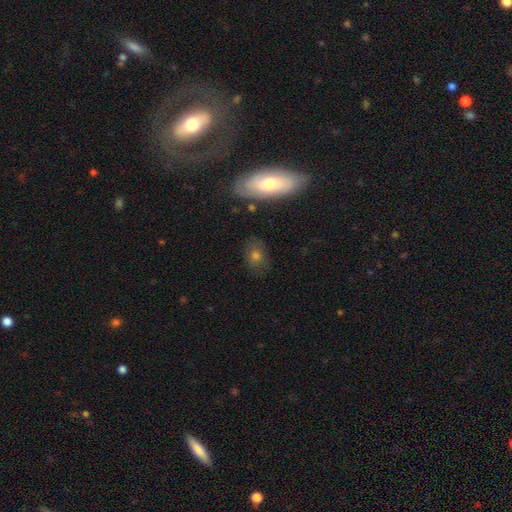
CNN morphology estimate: The model was most divided on "how rounded": in between: 65%, round: 29%, cigar-shaped: 6%. More confident: merging — none (76%); smooth or featured — smooth (65%).